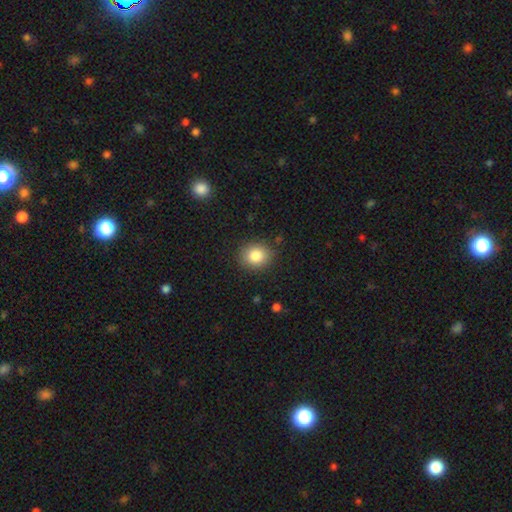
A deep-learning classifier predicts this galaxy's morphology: smooth-or-featured: smooth: 84% | star or artifact: 9% | featured or disk: 7%
  how-rounded: round: 75% | in between: 24% | cigar-shaped: 1%
  merging: none: 87% | minor disturbance: 9% | major disturbance: 3% | merger: 1%